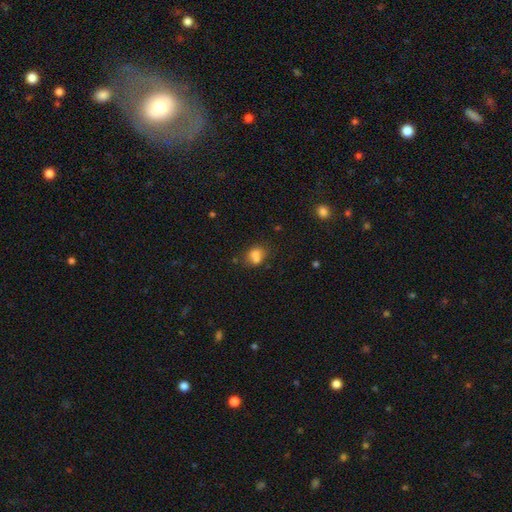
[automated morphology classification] This appears to be a smooth galaxy with no disk features (75%) that is round (51%). Merging: none (44%).